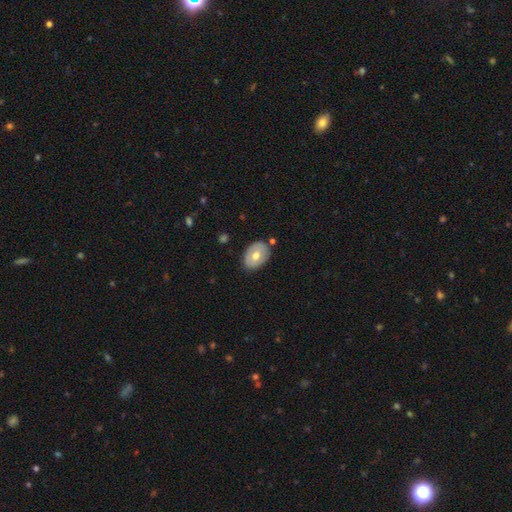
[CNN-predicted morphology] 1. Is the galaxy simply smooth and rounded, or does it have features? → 60% smooth, 34% featured or disk, 6% star or artifact.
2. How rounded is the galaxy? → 79% in between, 20% round, 1% cigar-shaped.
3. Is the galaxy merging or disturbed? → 79% none, 15% minor disturbance, 3% merger, 3% major disturbance.